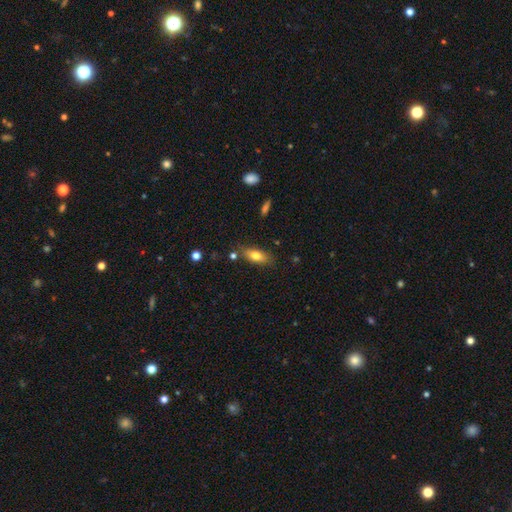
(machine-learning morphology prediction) Smooth or featured: smooth — 74% (featured or disk — 19%)
How rounded: in between — 74% (cigar-shaped — 22%)
Merging: none — 77% (minor disturbance — 15%)